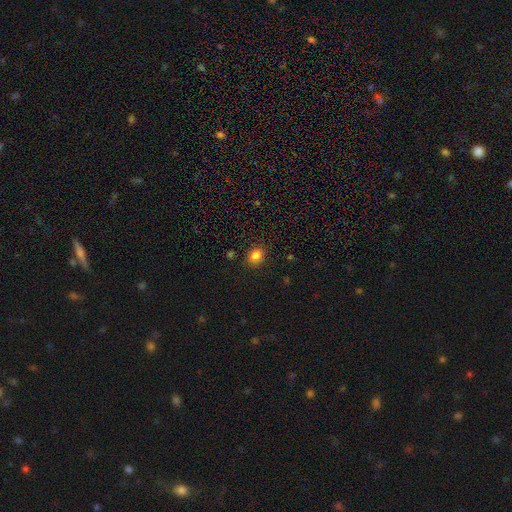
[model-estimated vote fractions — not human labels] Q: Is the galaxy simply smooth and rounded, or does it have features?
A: smooth — 85%.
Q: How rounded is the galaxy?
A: in between — 61%.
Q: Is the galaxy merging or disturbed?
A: none — 87%.